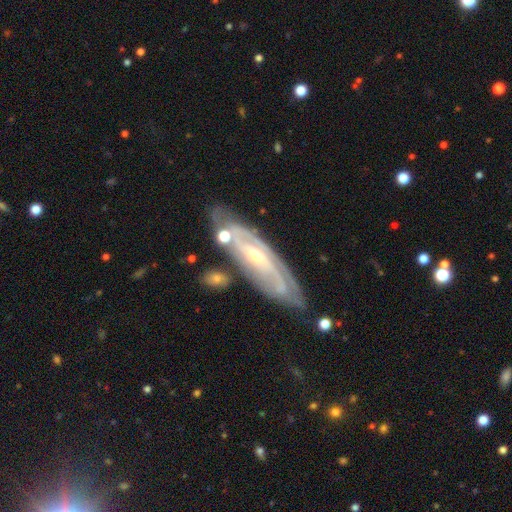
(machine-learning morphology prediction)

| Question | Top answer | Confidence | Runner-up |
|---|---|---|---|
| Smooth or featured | featured or disk | 84% | smooth (10%) |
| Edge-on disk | no | 79% | yes (21%) |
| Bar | no | 49% | weak (34%) |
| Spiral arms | yes | 93% | no (7%) |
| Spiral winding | tight | 62% | medium (30%) |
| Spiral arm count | can't tell | 38% | 2 (34%) |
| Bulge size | small | 62% | moderate (35%) |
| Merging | none | 75% | minor disturbance (16%) |